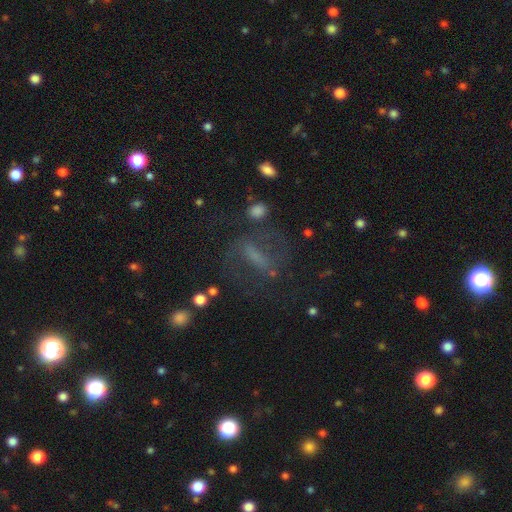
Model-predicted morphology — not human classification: type=featured or disk (50%); merging=none (55%).